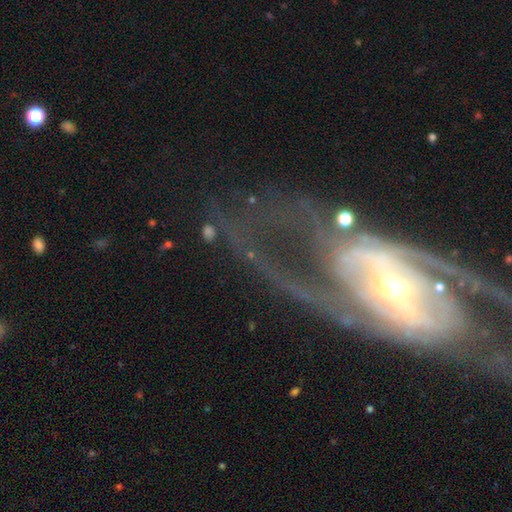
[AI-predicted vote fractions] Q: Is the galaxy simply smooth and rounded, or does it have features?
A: featured or disk — 85%.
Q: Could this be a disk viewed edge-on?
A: no — 91%.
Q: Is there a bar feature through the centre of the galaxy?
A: strong — 37%.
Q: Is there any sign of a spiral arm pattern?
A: yes — 82%.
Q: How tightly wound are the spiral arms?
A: medium — 42%.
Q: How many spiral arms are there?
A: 2 — 70%.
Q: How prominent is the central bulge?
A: moderate — 51%.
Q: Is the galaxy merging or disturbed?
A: none — 67%.